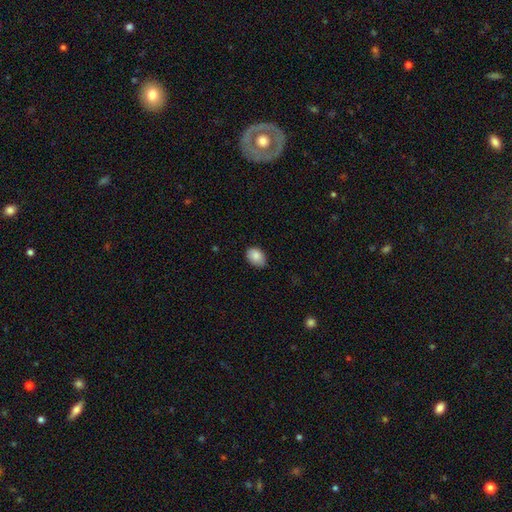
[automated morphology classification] Q: Smooth or featured?
A: smooth (87%); runner-up: star or artifact (8%)
Q: How rounded?
A: in between (78%); runner-up: round (21%)
Q: Merging?
A: none (76%); runner-up: minor disturbance (20%)